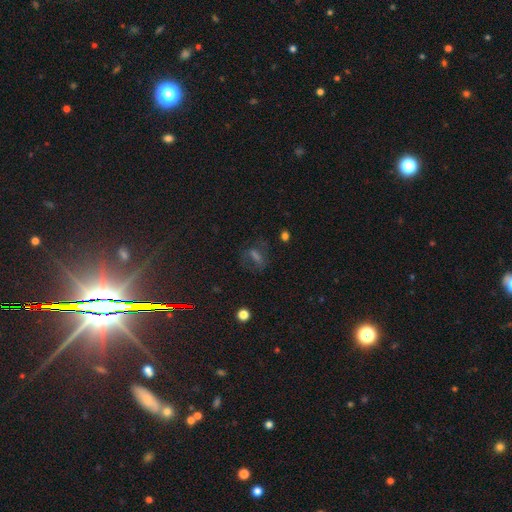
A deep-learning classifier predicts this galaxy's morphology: Smooth or featured?
  - star or artifact: 41% *
  - smooth: 31%
  - featured or disk: 28%